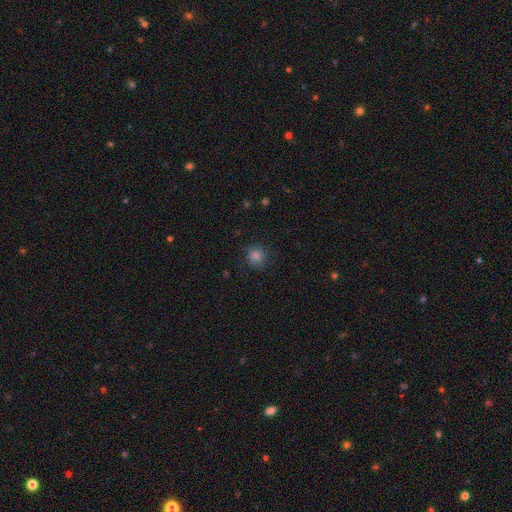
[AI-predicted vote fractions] Smooth or featured? Predicted: smooth (p=0.73). How rounded? Predicted: round (p=0.87). Merging? Predicted: none (p=0.80).